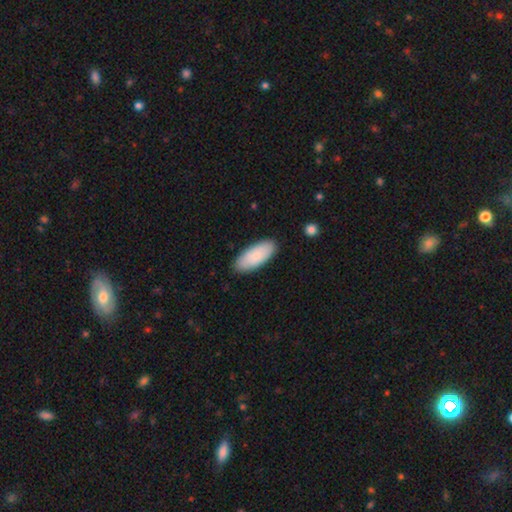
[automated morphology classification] This appears to be a smooth galaxy with no disk features (83%) that is in between round and cigar-shaped (84%). Merging: none (87%).